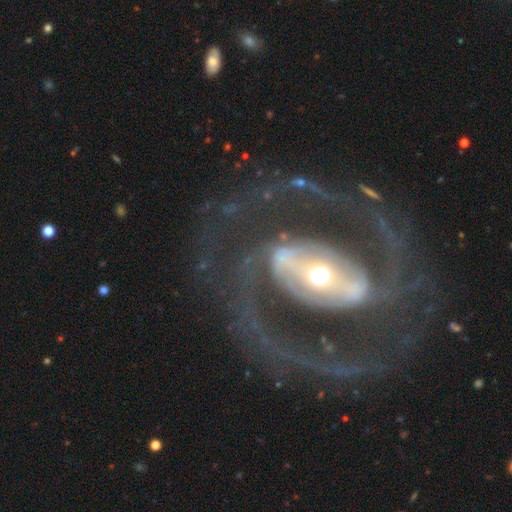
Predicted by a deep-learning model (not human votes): Smooth or featured? featured or disk (91%)
Edge-on disk? no (96%)
Bar? strong (55%)
Spiral arms? yes (94%)
Spiral winding? medium (52%)
Spiral arm count? 2 (87%)
Bulge size? moderate (52%)
Merging? none (77%)